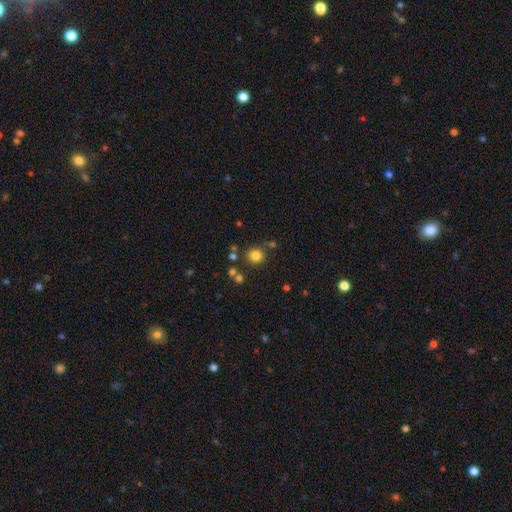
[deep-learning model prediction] Overall: smooth (80%). How rounded: round (92%). Merging: none (81%).